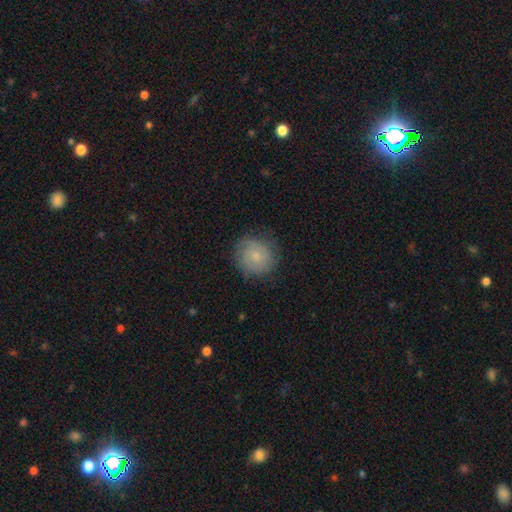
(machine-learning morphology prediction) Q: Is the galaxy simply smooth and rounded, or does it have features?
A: smooth — 70%.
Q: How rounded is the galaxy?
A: round — 91%.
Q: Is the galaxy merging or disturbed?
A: none — 79%.